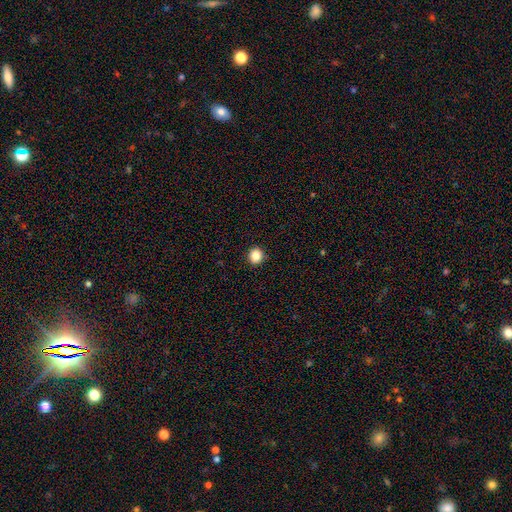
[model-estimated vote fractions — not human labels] A smooth galaxy with no disk features (86%) that is round (89%).

Vote fractions:
- Smooth or featured? smooth: 86% / star or artifact: 10% / featured or disk: 4%
- How rounded? round: 89% / in between: 10% / cigar-shaped: 1%
- Merging? none: 93% / minor disturbance: 4% / major disturbance: 2% / merger: 1%